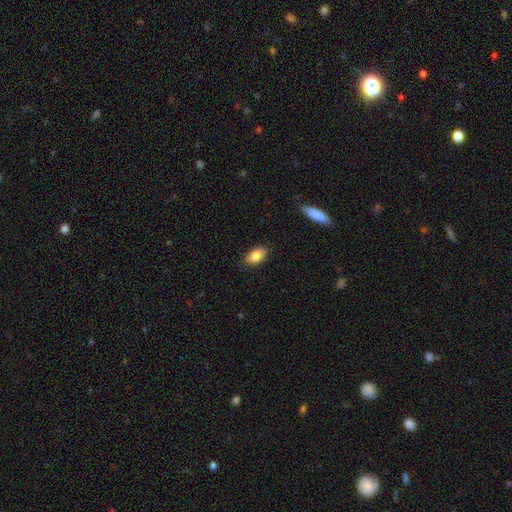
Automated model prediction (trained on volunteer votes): This is clearly a smooth galaxy (81%). How rounded: clearly in between (90%). Merging: clearly none (86%).